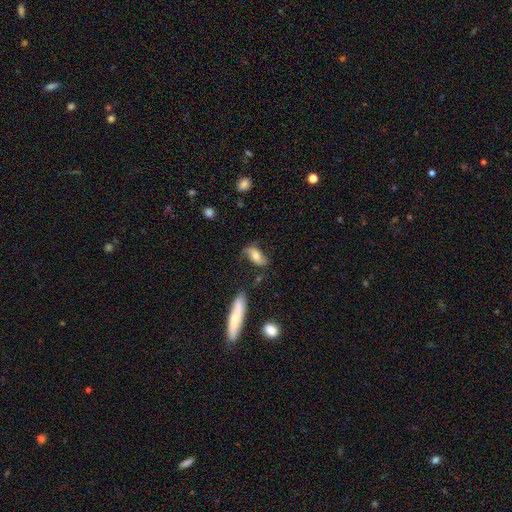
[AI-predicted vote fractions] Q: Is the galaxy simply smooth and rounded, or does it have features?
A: featured or disk — 51%.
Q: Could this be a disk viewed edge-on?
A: no — 82%.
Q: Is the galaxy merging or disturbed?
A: none — 64%.